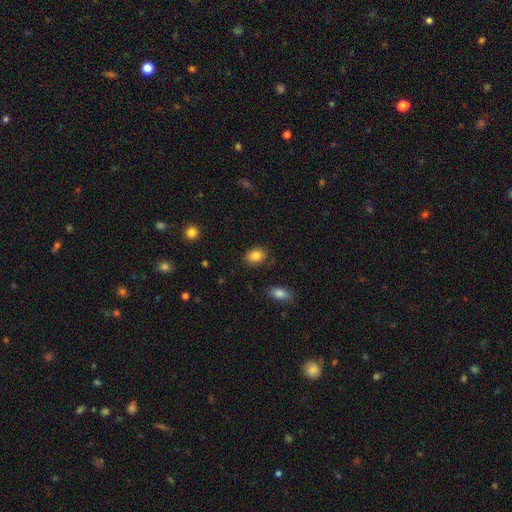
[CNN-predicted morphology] A smooth galaxy with no disk features (85%) that is in between round and cigar-shaped (71%). Merging: none (82%).